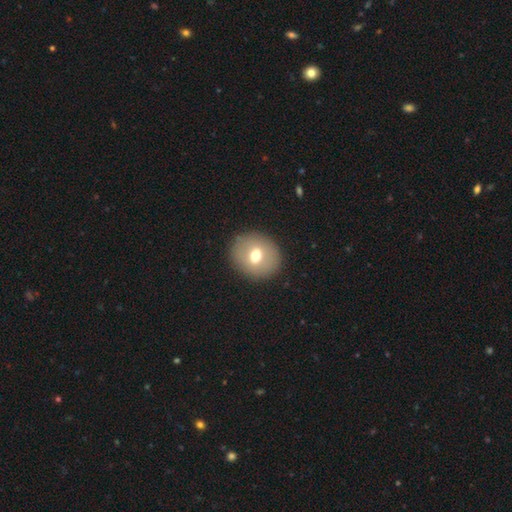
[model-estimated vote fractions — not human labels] A smooth galaxy with no disk features (65%) that is round (76%).

Vote fractions:
- Smooth or featured? smooth: 65% / featured or disk: 26% / star or artifact: 10%
- How rounded? round: 76% / in between: 23% / cigar-shaped: 1%
- Merging? none: 88% / minor disturbance: 7% / major disturbance: 3% / merger: 1%